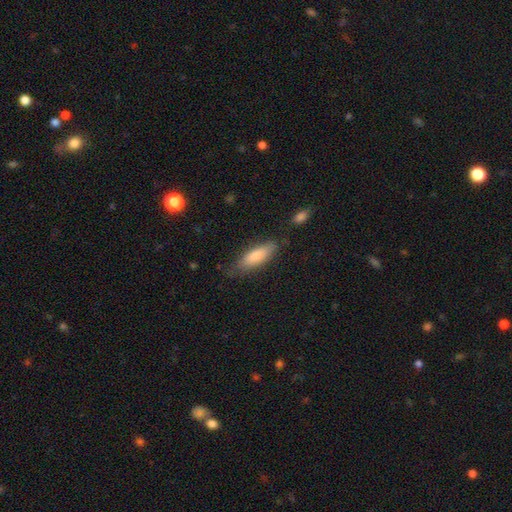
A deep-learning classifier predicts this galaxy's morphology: Overall: smooth (77%). How rounded: in between (49%, tied with cigar-shaped). Merging: none (76%).